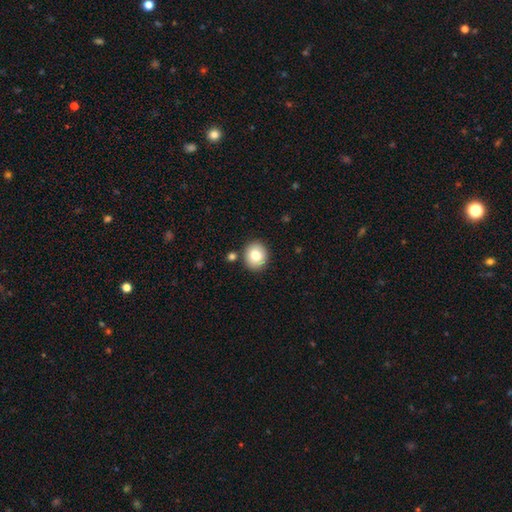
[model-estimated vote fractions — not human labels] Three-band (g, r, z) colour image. It shows a smooth galaxy with no disk features (80%) that is round (71%). Merging: none (84%).